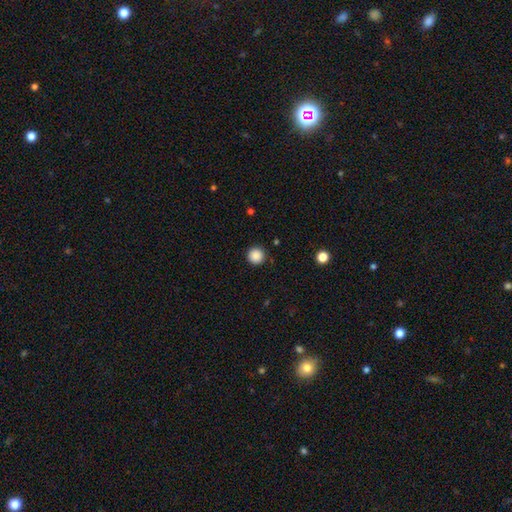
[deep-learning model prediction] The model was most divided on "smooth or featured": smooth: 87%, star or artifact: 10%, featured or disk: 3%. More confident: how rounded — round (96%); merging — none (92%).